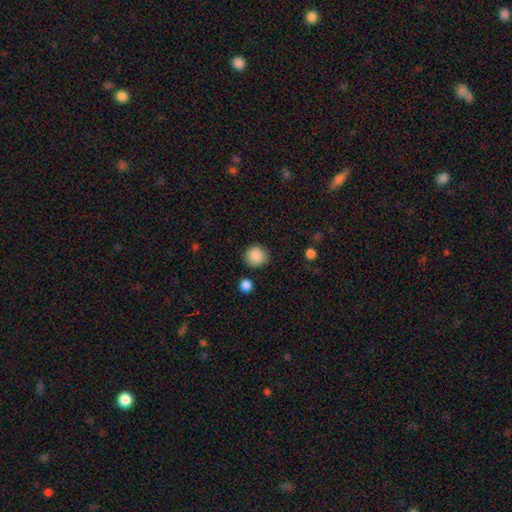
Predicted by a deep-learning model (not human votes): This is clearly a smooth galaxy (88%). How rounded: clearly round (91%). Merging: clearly none (86%).